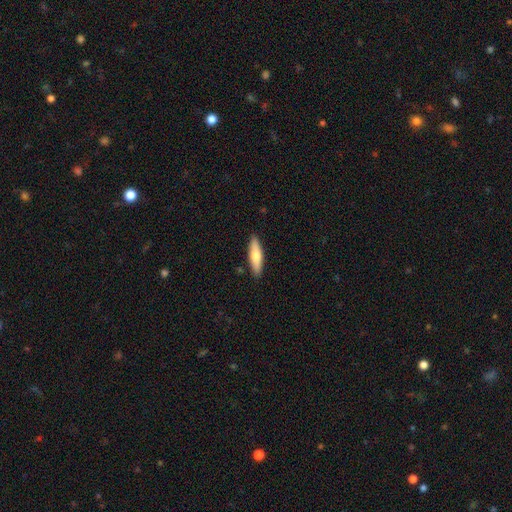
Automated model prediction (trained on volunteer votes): Morphology: type=smooth (66%); roundness=cigar-shaped (63%); merging=none (89%).